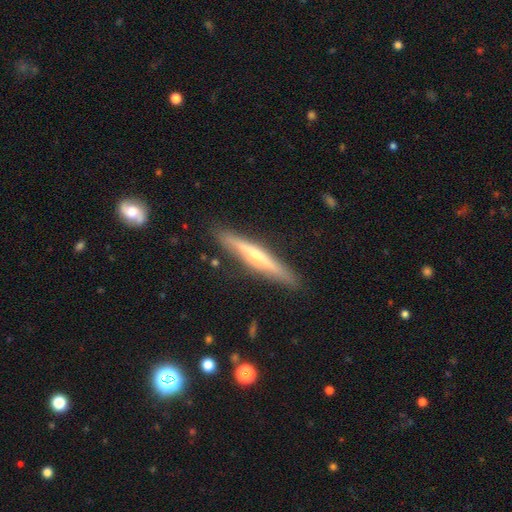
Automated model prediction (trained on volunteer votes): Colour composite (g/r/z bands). It shows a featured or disk galaxy (63%) viewed edge-on (95%) with a rounded central bulge (67%). Merging: none (88%).